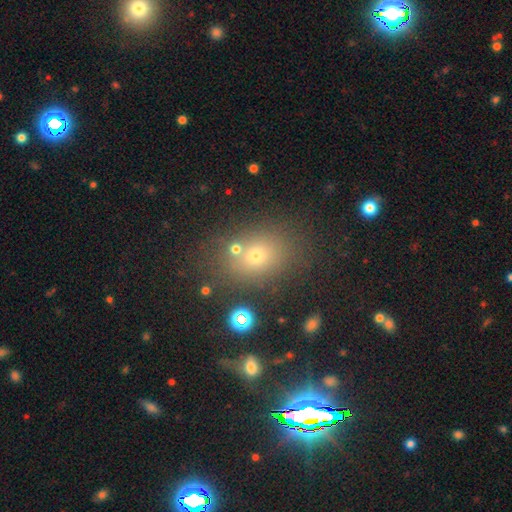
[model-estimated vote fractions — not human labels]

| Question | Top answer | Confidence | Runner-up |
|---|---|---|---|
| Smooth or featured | smooth | 65% | star or artifact (21%) |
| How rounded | in between | 54% | round (45%) |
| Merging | none | 74% | minor disturbance (11%) |